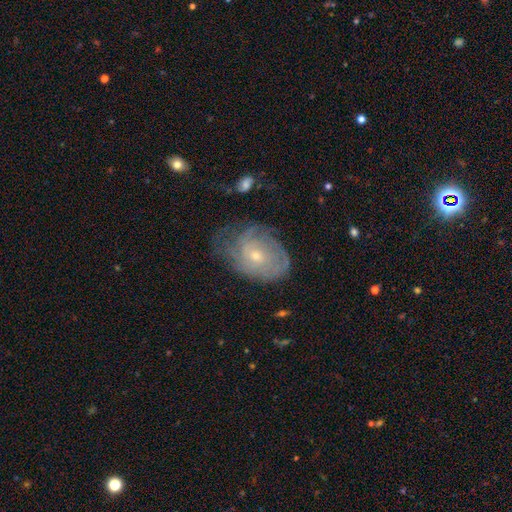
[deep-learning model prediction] This is likely a featured or disk galaxy (72%). It is clearly not viewed edge-on (96%). Bar: likely no (76%). Spiral arm pattern: clearly yes (85%). Spiral arm count: possibly can't tell (54%). Spiral winding: likely tight (63%). Central bulge: likely small (64%). Merging: possibly none (52%).